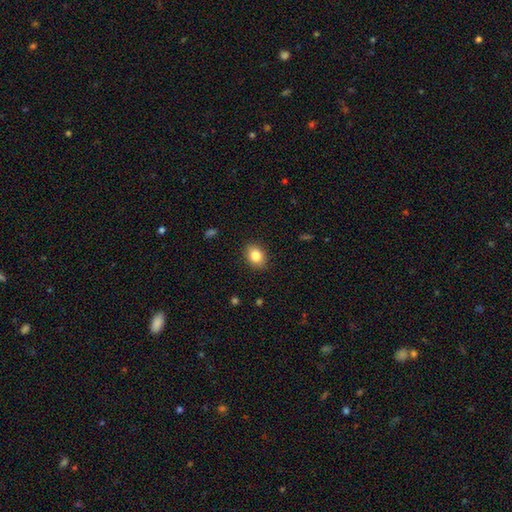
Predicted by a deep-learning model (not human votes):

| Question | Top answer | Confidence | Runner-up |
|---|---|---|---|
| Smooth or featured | smooth | 84% | star or artifact (9%) |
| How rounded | in between | 65% | round (34%) |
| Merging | none | 88% | minor disturbance (9%) |